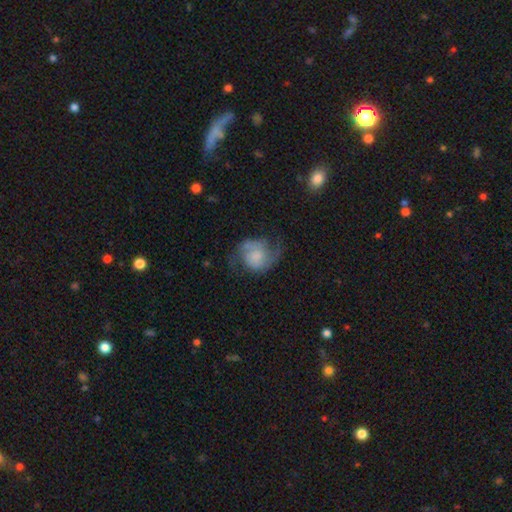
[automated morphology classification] Smooth or featured: featured or disk — 70% (smooth — 23%)
Edge-on disk: no — 98% (yes — 2%)
Bar: no — 69% (weak — 27%)
Spiral arms: yes — 93% (no — 7%)
Spiral winding: medium — 45% (loose — 41%)
Spiral arm count: 2 — 90% (can't tell — 4%)
Bulge size: none — 29% (small — 27%)
Merging: none — 61% (minor disturbance — 21%)